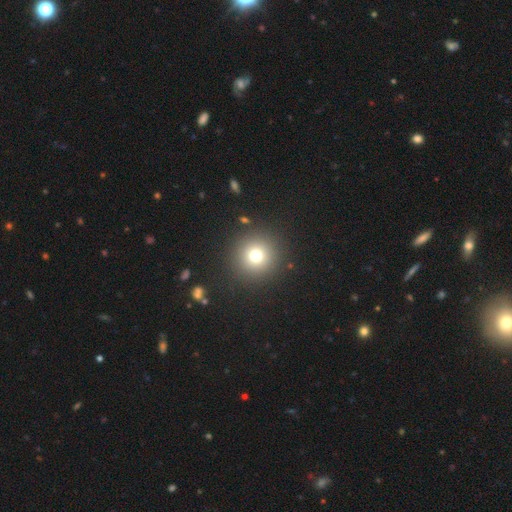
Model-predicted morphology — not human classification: Smooth or featured? smooth (74%)
How rounded? round (95%)
Merging? none (90%)